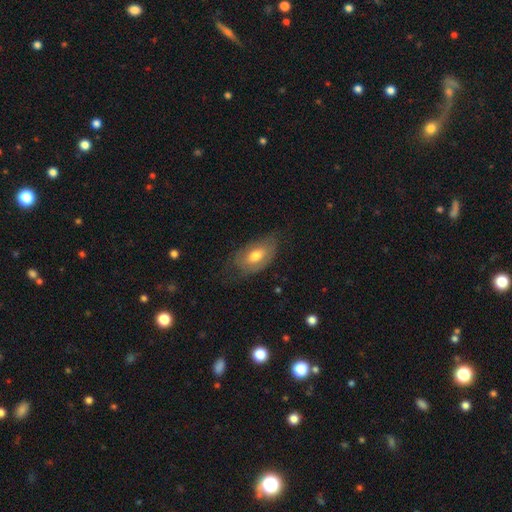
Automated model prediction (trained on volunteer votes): smooth 60%, featured or disk 34%, star or artifact 7%. Down the decision tree: how rounded — in between (91%); merging — none (57%).